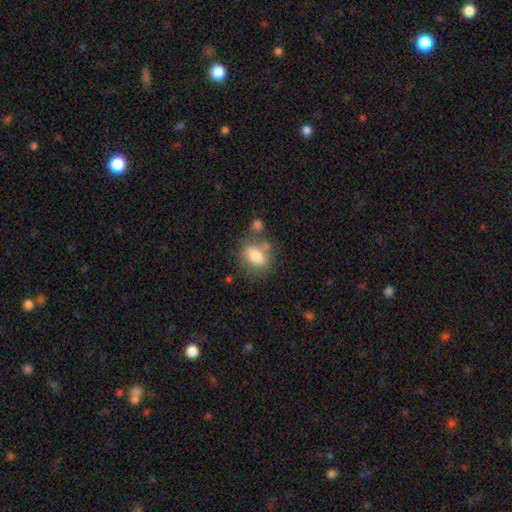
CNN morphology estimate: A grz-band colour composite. It shows a smooth galaxy with no disk features (77%) that is in between round and cigar-shaped (74%). Merging: none (53%).